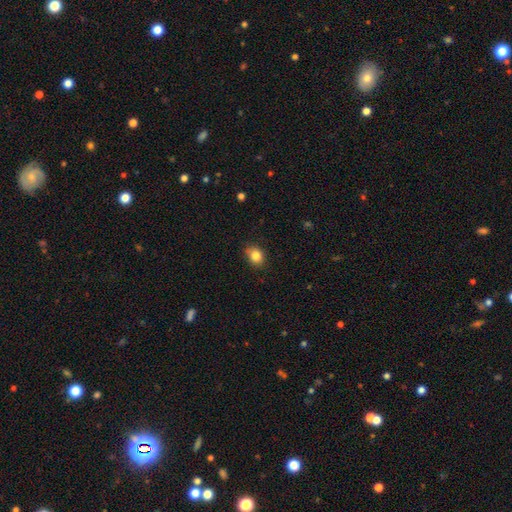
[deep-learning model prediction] Morphology: type=smooth (84%); roundness=round (51%); merging=none (77%).